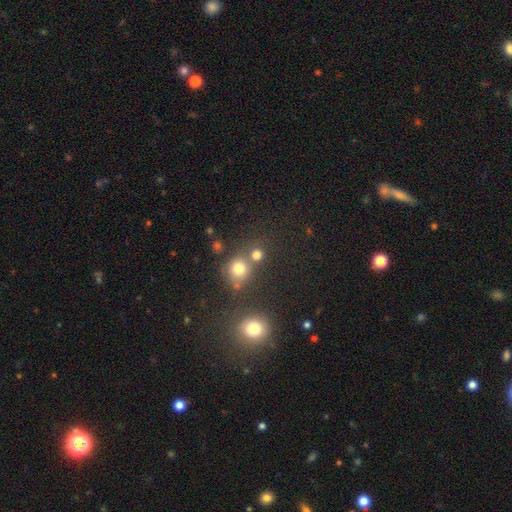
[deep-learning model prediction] Smooth or featured?
  - smooth: 65% *
  - star or artifact: 26%
  - featured or disk: 8%
How rounded?
  - round: 87% *
  - in between: 12%
  - cigar-shaped: 1%
Merging?
  - none: 64% *
  - merger: 24%
  - minor disturbance: 8%
  - major disturbance: 4%